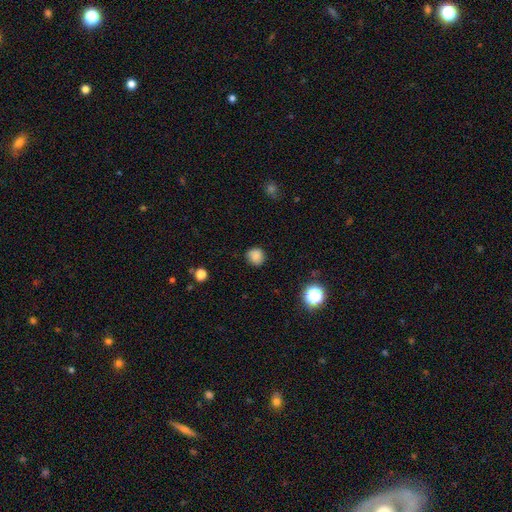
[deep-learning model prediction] The model was most divided on "merging": none: 82%, minor disturbance: 13%, major disturbance: 3%, merger: 2%. More confident: how rounded — round (86%); smooth or featured — smooth (83%).